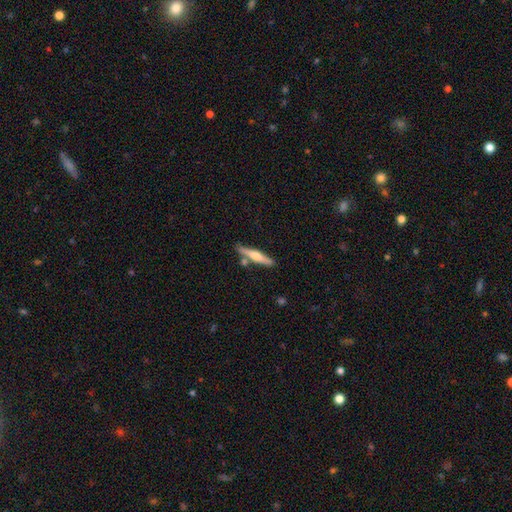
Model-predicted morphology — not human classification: Smooth or featured?
  - featured or disk: 50% *
  - smooth: 45%
  - star or artifact: 6%
Merging?
  - none: 77% *
  - minor disturbance: 11%
  - merger: 9%
  - major disturbance: 3%